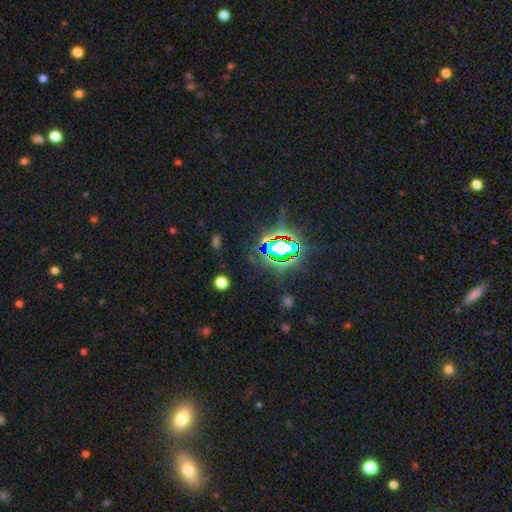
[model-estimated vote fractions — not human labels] This appears to be a star or artifact, not a galaxy (82%).